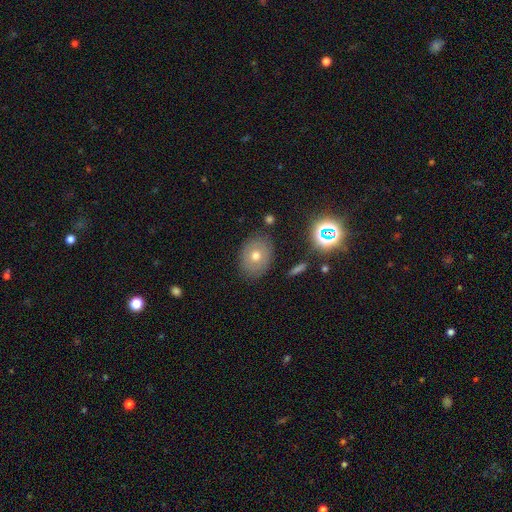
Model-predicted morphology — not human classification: Q: Smooth or featured?
A: smooth (60%); runner-up: featured or disk (26%)
Q: How rounded?
A: in between (58%); runner-up: round (41%)
Q: Merging?
A: none (82%); runner-up: minor disturbance (12%)